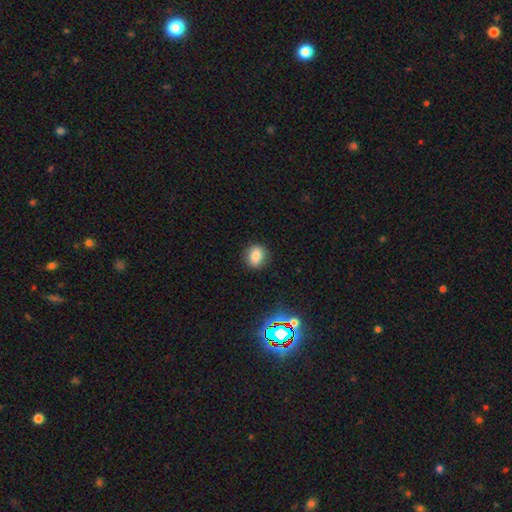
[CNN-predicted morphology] Smooth or featured? smooth (82%)
How rounded? round (57%)
Merging? none (87%)